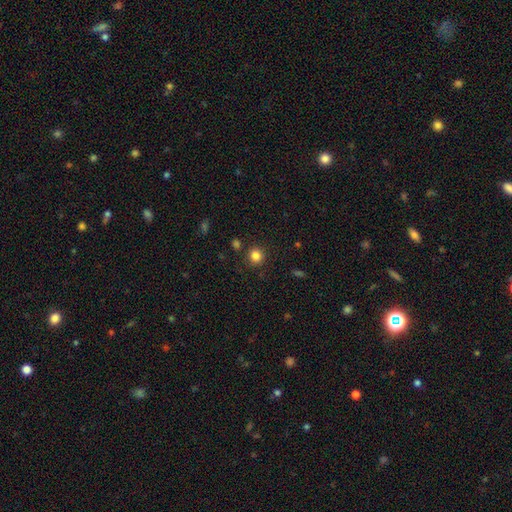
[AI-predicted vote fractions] Smooth or featured: smooth — 83% (star or artifact — 13%)
How rounded: round — 91% (in between — 8%)
Merging: none — 87% (minor disturbance — 7%)